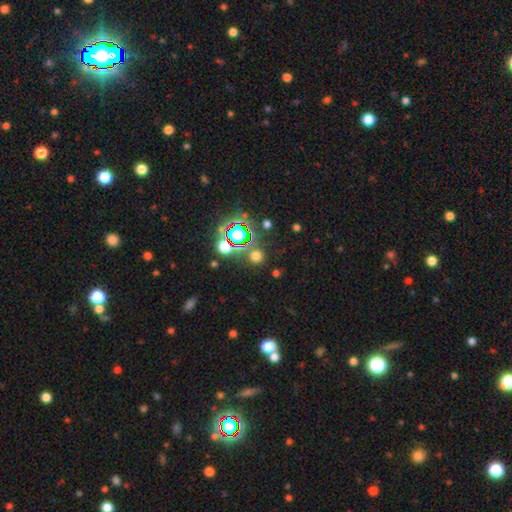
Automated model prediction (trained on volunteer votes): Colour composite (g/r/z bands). It shows a smooth galaxy with no disk features (58%) that is round (90%). Merging: none (80%).